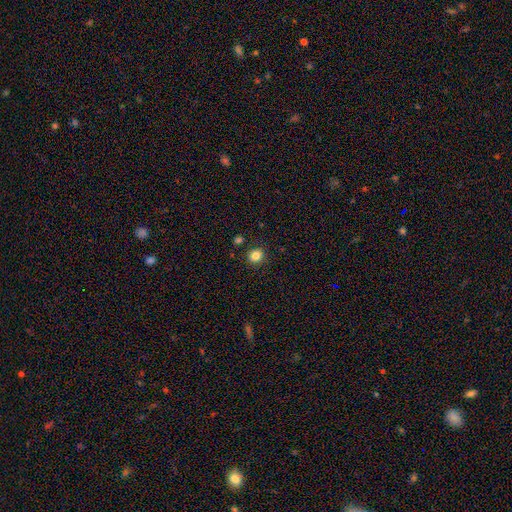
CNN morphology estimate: type=smooth (84%); roundness=round (88%); merging=none (88%).